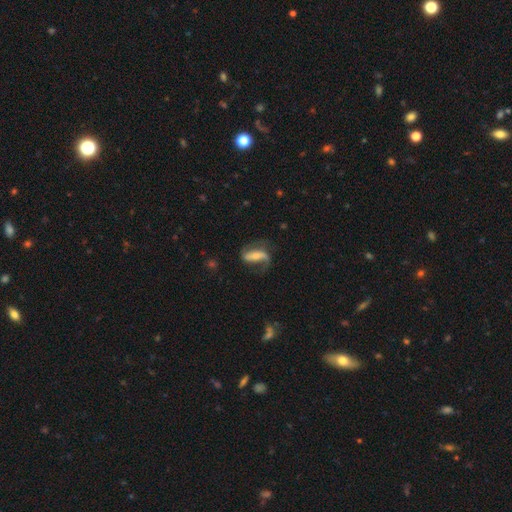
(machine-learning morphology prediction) The model was most divided on "bulge size": small: 43%, moderate: 38%, none: 9%, large: 8%, dominant: 2%. More confident: edge-on disk — no (92%); spiral arms — yes (91%); spiral arm count — 2 (76%); smooth or featured — featured or disk (72%); merging — none (58%); spiral winding — loose (53%); bar — strong (51%).